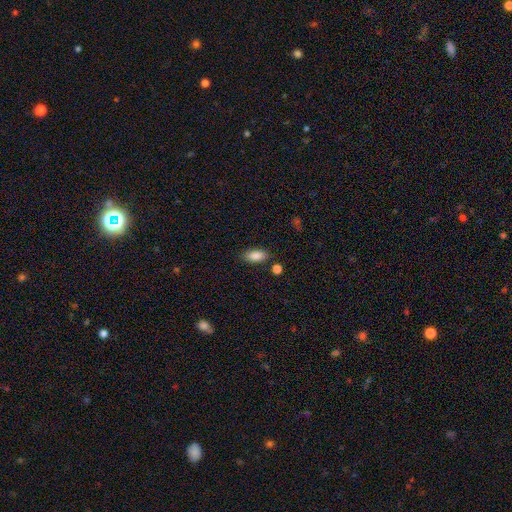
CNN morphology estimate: type=smooth (87%); roundness=in between (89%); merging=none (82%).